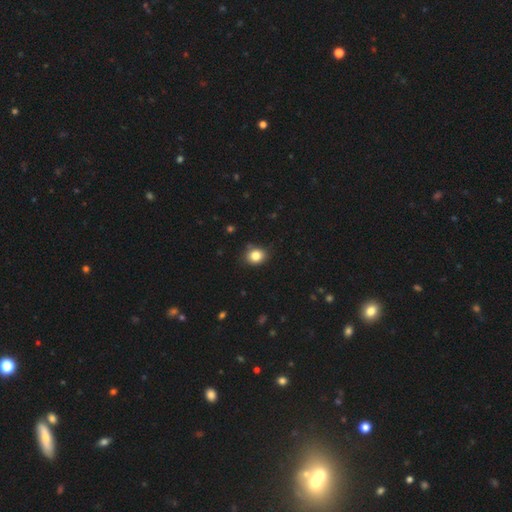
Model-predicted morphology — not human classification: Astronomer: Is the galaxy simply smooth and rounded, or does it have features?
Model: smooth — 83%.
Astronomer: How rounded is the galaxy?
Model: round — 68%.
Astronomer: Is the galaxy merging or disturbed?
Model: none — 82%.